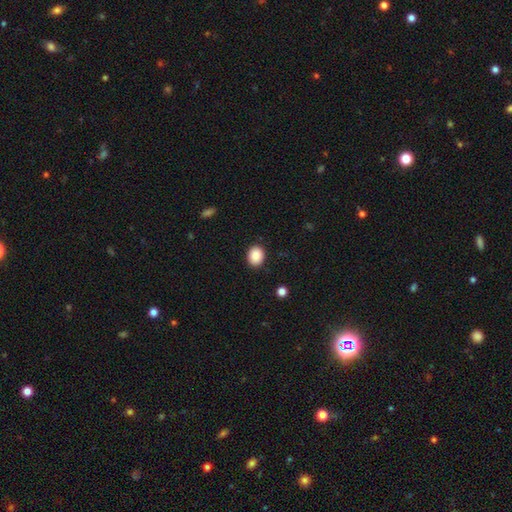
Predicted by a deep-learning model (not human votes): Smooth or featured: smooth — 87% (star or artifact — 8%)
How rounded: round — 55% (in between — 44%)
Merging: none — 90% (minor disturbance — 7%)